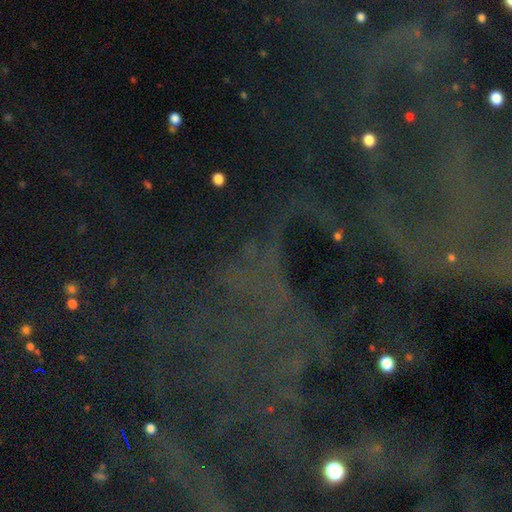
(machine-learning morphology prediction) A star or artifact, not a galaxy (78%).